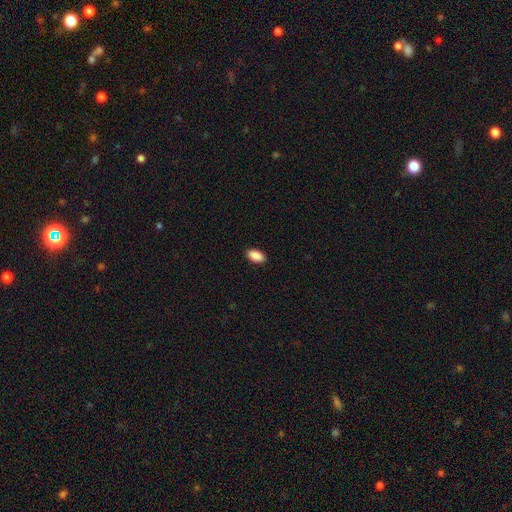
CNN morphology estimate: Smooth or featured? smooth (91%)
How rounded? in between (93%)
Merging? none (90%)